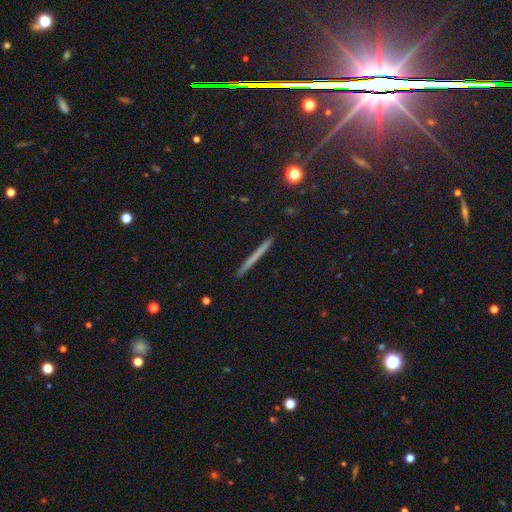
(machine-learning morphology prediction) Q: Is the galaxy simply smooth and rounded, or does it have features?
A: smooth — 54%.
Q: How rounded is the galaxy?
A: cigar-shaped — 96%.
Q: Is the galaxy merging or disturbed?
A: none — 93%.